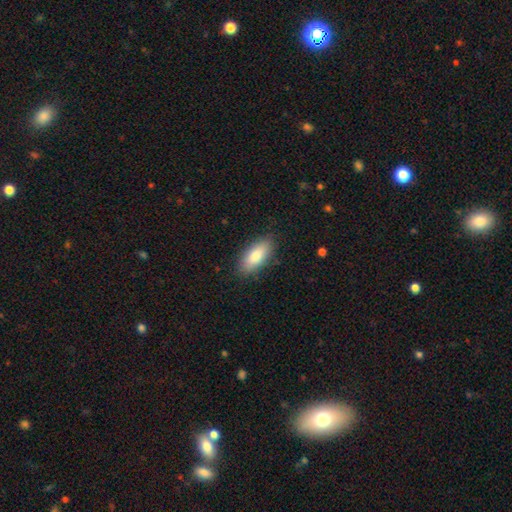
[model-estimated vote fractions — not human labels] Smooth or featured? smooth (82%)
How rounded? in between (80%)
Merging? none (86%)